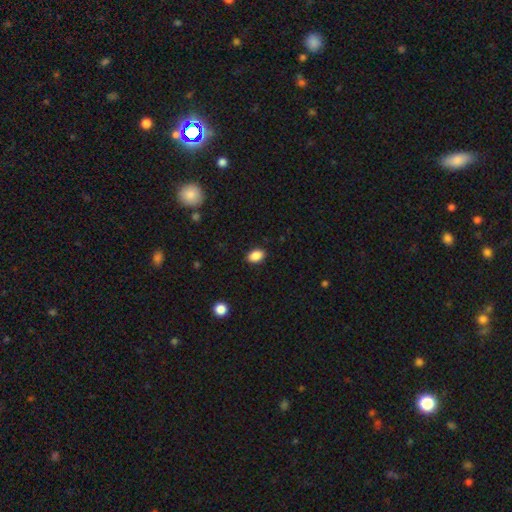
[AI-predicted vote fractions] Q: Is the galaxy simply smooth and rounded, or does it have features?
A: smooth — 88%.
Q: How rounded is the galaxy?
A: in between — 85%.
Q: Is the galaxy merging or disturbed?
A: none — 88%.